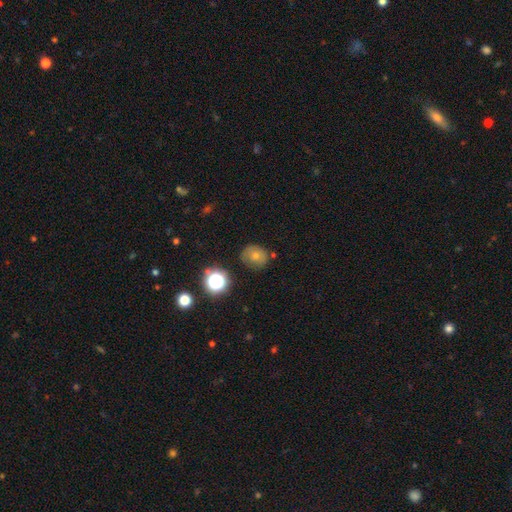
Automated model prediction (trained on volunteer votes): A smooth galaxy with no disk features (67%) that is round (71%). Merging: none (68%).